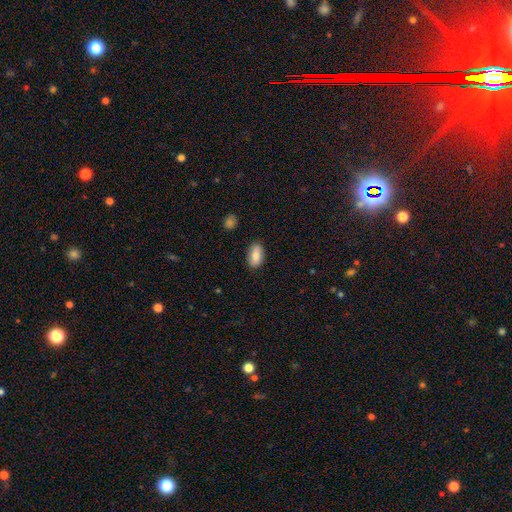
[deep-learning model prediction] The model was most divided on "smooth or featured": smooth: 81%, featured or disk: 12%, star or artifact: 7%. More confident: how rounded — in between (92%); merging — none (85%).